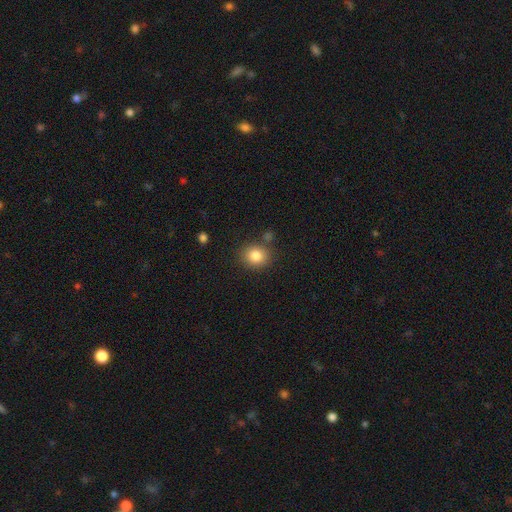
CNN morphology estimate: Smooth or featured? smooth (84%)
How rounded? round (75%)
Merging? none (80%)